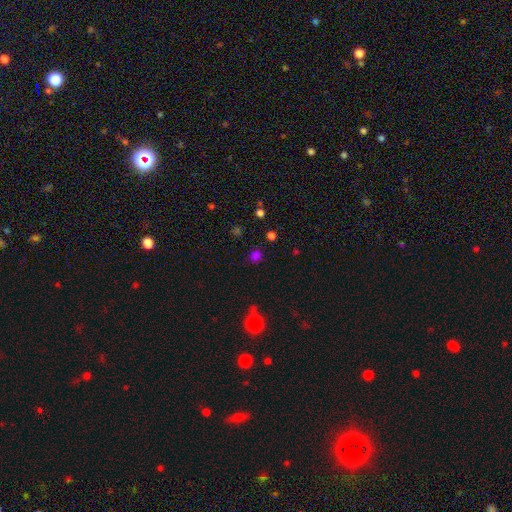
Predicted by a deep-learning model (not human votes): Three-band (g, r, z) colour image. It shows a smooth galaxy with no disk features (71%) that is round (82%). Merging: none (84%).